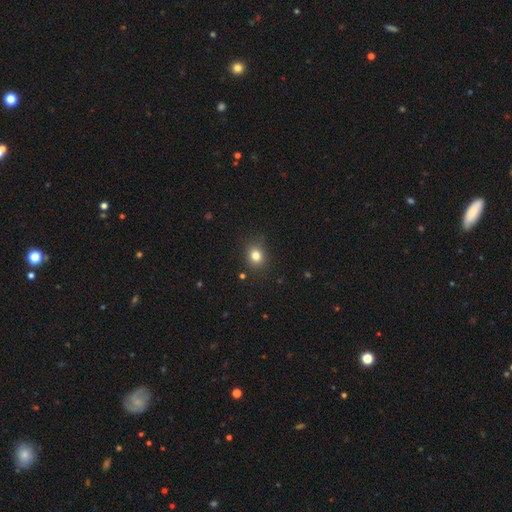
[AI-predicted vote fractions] Smooth or featured: smooth — 80% (star or artifact — 13%)
How rounded: round — 73% (in between — 26%)
Merging: none — 85% (minor disturbance — 11%)